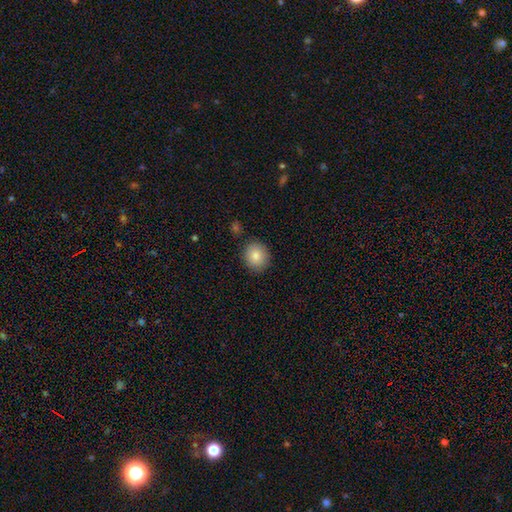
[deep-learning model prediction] A smooth galaxy with no disk features (85%) that is round (78%). Merging: none (87%).